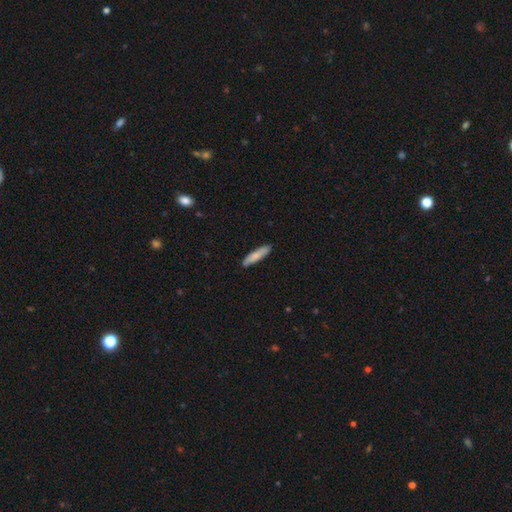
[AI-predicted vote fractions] Smooth or featured?
  - smooth: 80% *
  - featured or disk: 15%
  - star or artifact: 5%
How rounded?
  - cigar-shaped: 82% *
  - in between: 17%
  - round: 1%
Merging?
  - none: 87% *
  - minor disturbance: 10%
  - major disturbance: 2%
  - merger: 1%